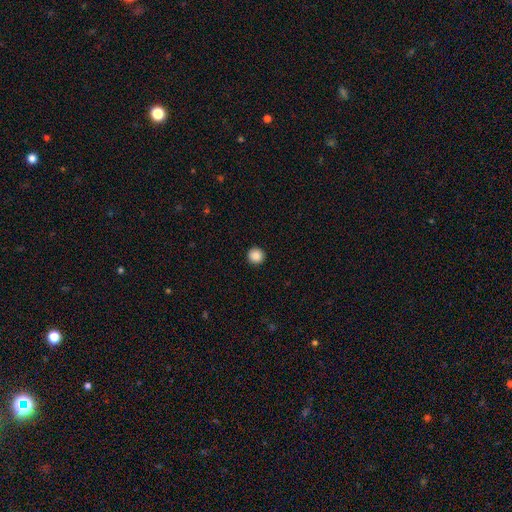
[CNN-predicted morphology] smooth 88%, star or artifact 9%, featured or disk 2%. Down the decision tree: how rounded — round (95%); merging — none (93%).